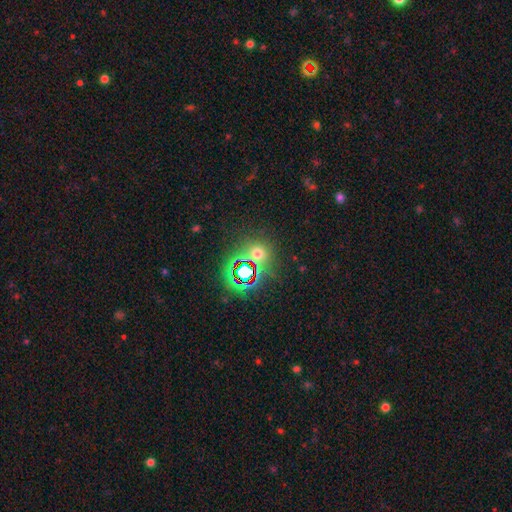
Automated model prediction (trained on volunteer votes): Smooth or featured?
  - star or artifact: 54% *
  - smooth: 30%
  - featured or disk: 16%